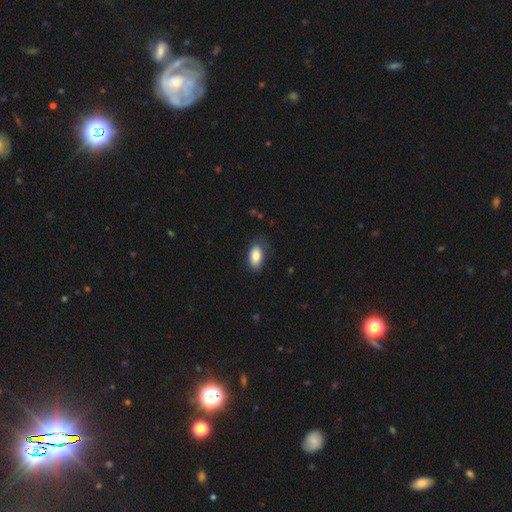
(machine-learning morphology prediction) smooth_or_featured: smooth (p=0.84) [alt: featured or disk p=0.09]
how_rounded: in between (p=0.93) [alt: round p=0.04]
merging: none (p=0.73) [alt: minor disturbance p=0.20]